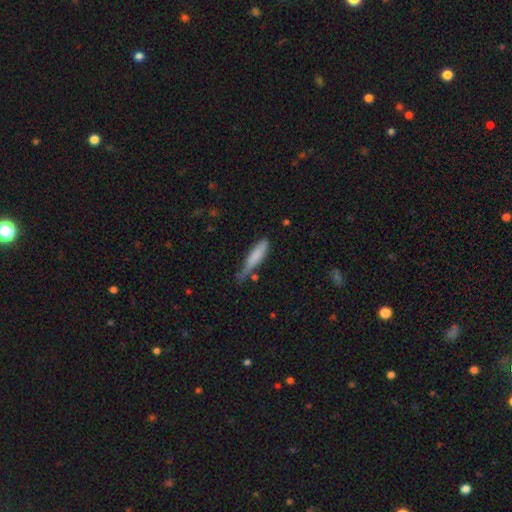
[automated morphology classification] smooth 75%, featured or disk 18%, star or artifact 6%. Down the decision tree: how rounded — cigar-shaped (84%); merging — none (50%).